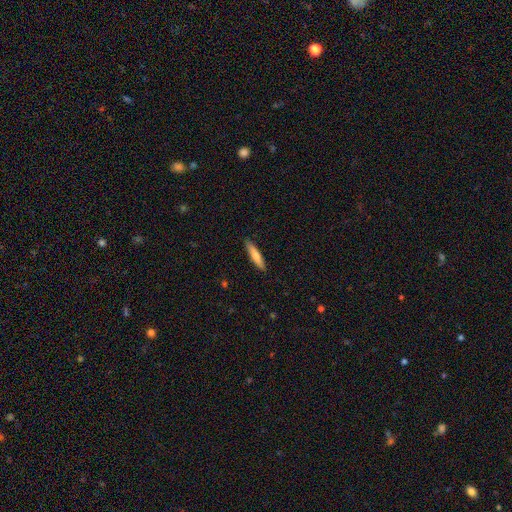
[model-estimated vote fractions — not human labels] Smooth or featured? smooth (72%)
How rounded? cigar-shaped (88%)
Merging? none (90%)